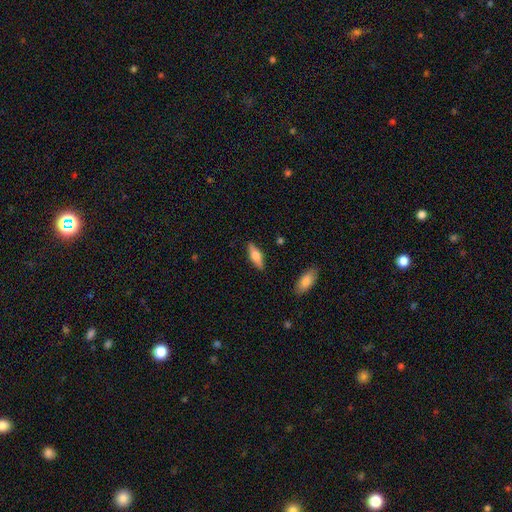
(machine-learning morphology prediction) Smooth or featured? smooth (51%)
How rounded? in between (56%)
Merging? none (87%)